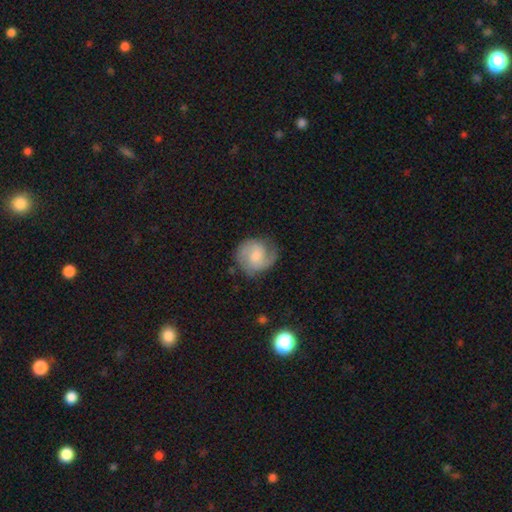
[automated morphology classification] Q: Smooth or featured?
A: featured or disk (63%); runner-up: smooth (30%)
Q: Edge-on disk?
A: no (98%); runner-up: yes (2%)
Q: Bar?
A: no (51%); runner-up: weak (42%)
Q: Spiral arms?
A: yes (92%); runner-up: no (8%)
Q: Spiral winding?
A: medium (47%); runner-up: tight (31%)
Q: Spiral arm count?
A: 2 (72%); runner-up: can't tell (12%)
Q: Bulge size?
A: moderate (42%); tied with: small (42%)
Q: Merging?
A: none (70%); runner-up: minor disturbance (20%)